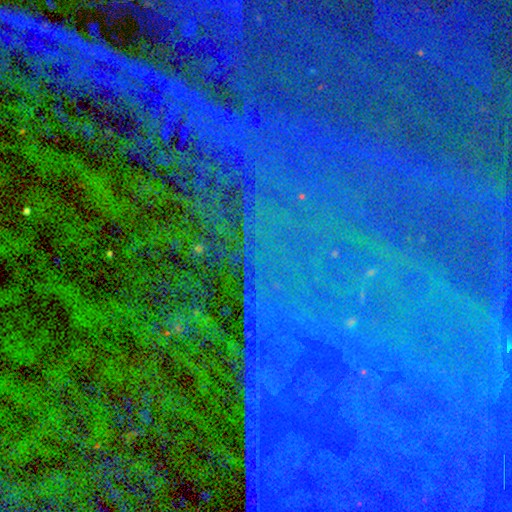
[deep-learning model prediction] Overall: star or artifact (85%).